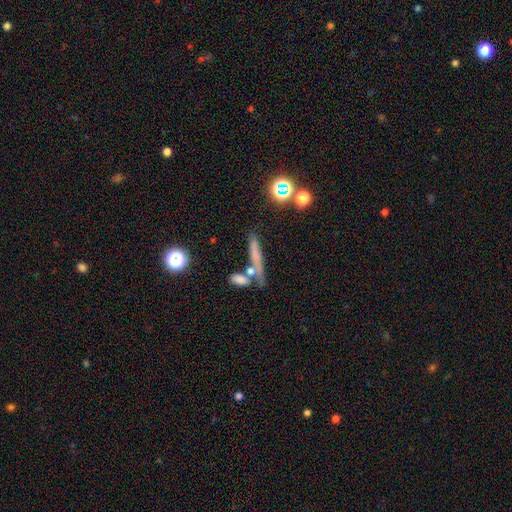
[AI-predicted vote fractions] Q: Smooth or featured?
A: smooth (57%); runner-up: featured or disk (27%)
Q: How rounded?
A: cigar-shaped (83%); runner-up: in between (11%)
Q: Merging?
A: none (59%); runner-up: merger (23%)